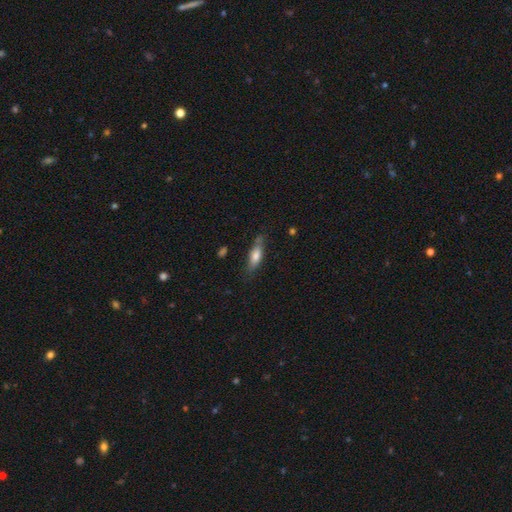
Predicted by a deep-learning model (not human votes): Morphology: type=smooth (69%); roundness=in between (57%); merging=none (67%).